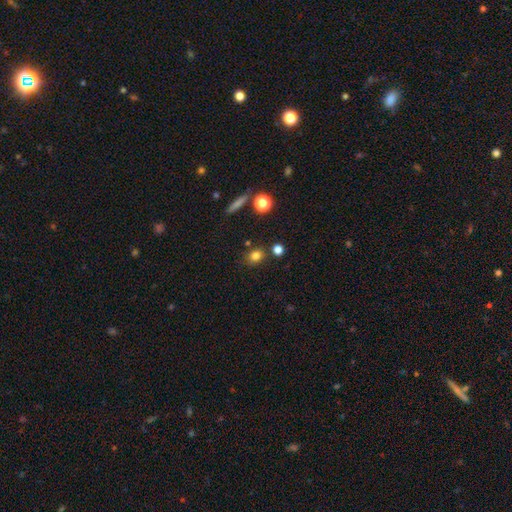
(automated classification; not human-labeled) Smooth or featured: smooth — 80% (star or artifact — 13%)
How rounded: round — 58% (in between — 40%)
Merging: none — 79% (minor disturbance — 11%)